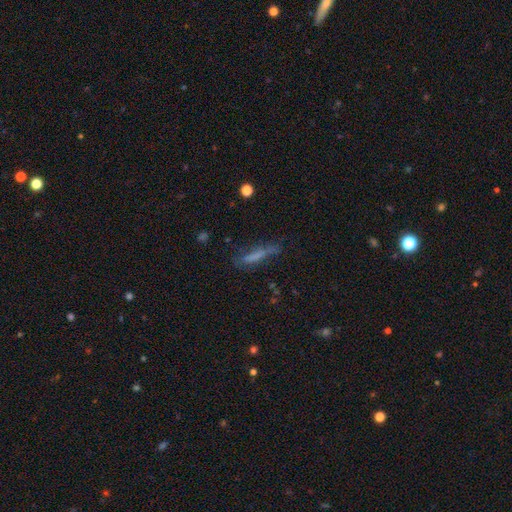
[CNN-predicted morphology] Smooth or featured? smooth (57%)
How rounded? cigar-shaped (86%)
Merging? none (62%)